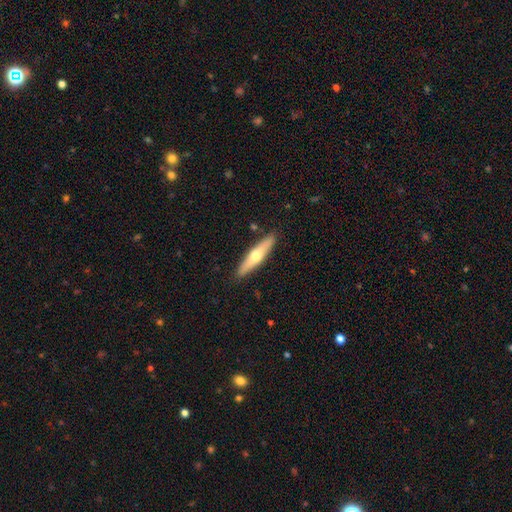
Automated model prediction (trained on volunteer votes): A smooth galaxy with no disk features (51%) that is cigar-shaped (82%).

Vote fractions:
- Smooth or featured? smooth: 51% / featured or disk: 44% / star or artifact: 5%
- How rounded? cigar-shaped: 82% / in between: 17% / round: 2%
- Merging? none: 89% / minor disturbance: 8% / major disturbance: 2% / merger: 1%